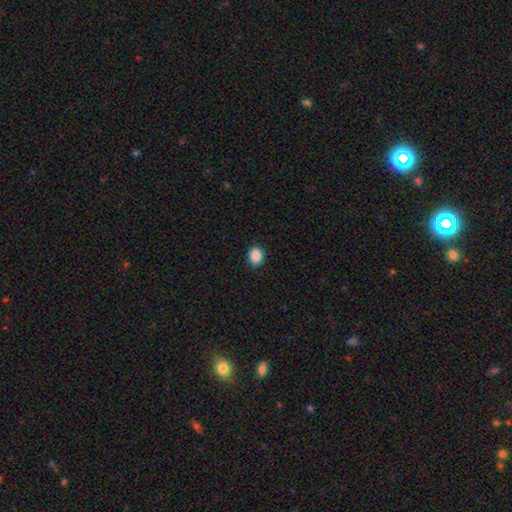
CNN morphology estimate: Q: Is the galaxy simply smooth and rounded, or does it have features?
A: smooth — 89%.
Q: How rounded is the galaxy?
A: round — 51%.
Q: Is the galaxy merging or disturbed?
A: none — 91%.